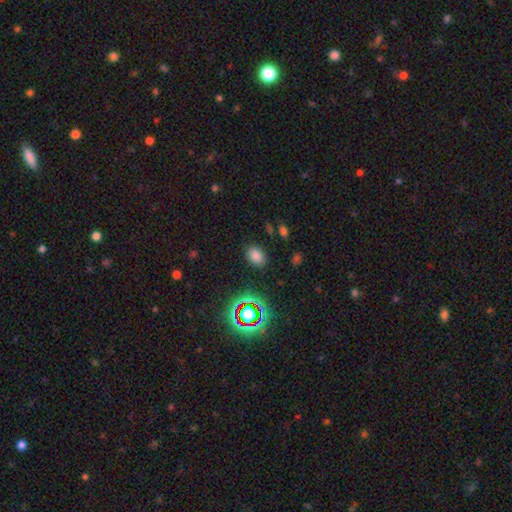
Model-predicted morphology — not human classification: Smooth or featured: smooth — 74% (star or artifact — 19%)
How rounded: in between — 79% (round — 20%)
Merging: none — 85% (minor disturbance — 10%)